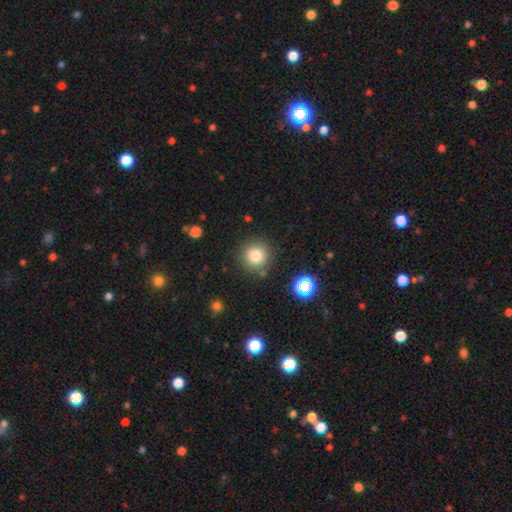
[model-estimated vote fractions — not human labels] smooth-or-featured: smooth: 80% | star or artifact: 13% | featured or disk: 7%
  how-rounded: round: 94% | in between: 5% | cigar-shaped: 1%
  merging: none: 85% | minor disturbance: 9% | merger: 4% | major disturbance: 3%